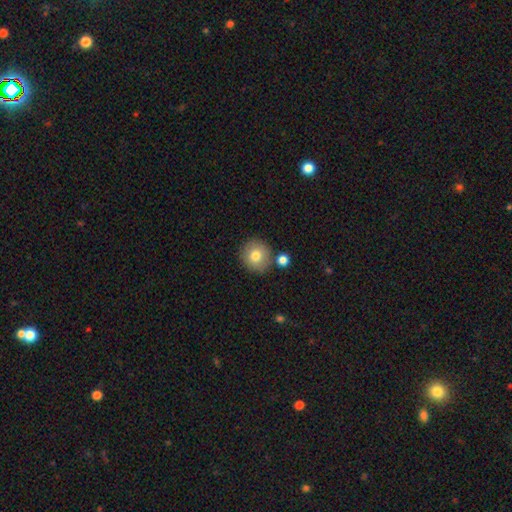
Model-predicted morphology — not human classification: A smooth galaxy with no disk features (79%) that is round (91%). Merging: none (80%).